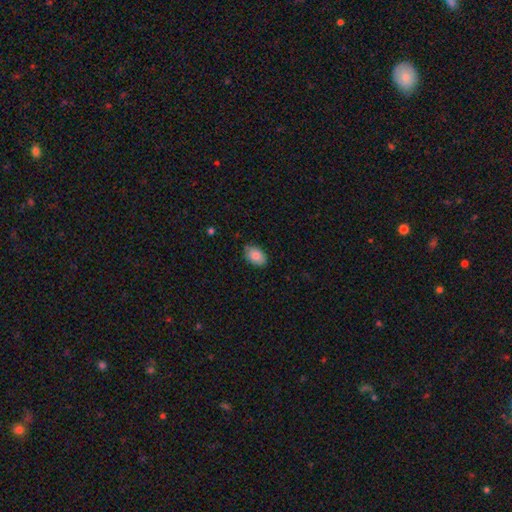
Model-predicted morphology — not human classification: The model was most divided on "merging": none: 82%, minor disturbance: 14%, major disturbance: 2%, merger: 1%. More confident: how rounded — in between (91%); smooth or featured — smooth (87%).